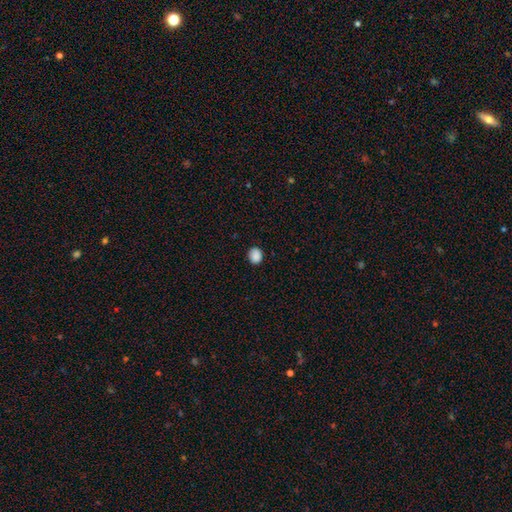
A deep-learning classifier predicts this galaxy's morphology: smooth-or-featured: smooth: 88% | star or artifact: 9% | featured or disk: 3%
  how-rounded: round: 66% | in between: 33% | cigar-shaped: 1%
  merging: none: 88% | minor disturbance: 9% | major disturbance: 2% | merger: 1%